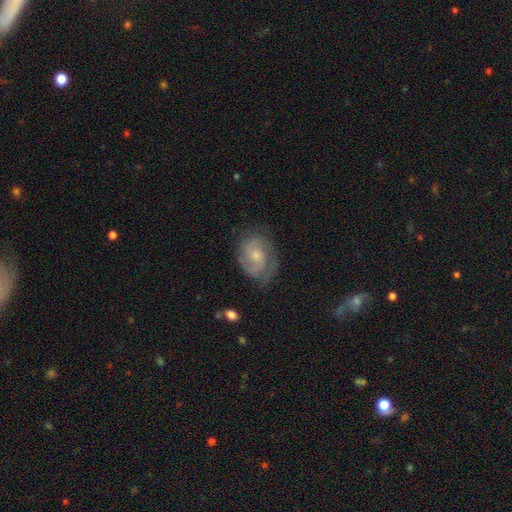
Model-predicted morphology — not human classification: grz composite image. It shows a featured or disk galaxy (68%) with no bar (69%), 2 (59%) tight (46%) spiral arms (89%) and a small central bulge (60%). Merging: none (67%).